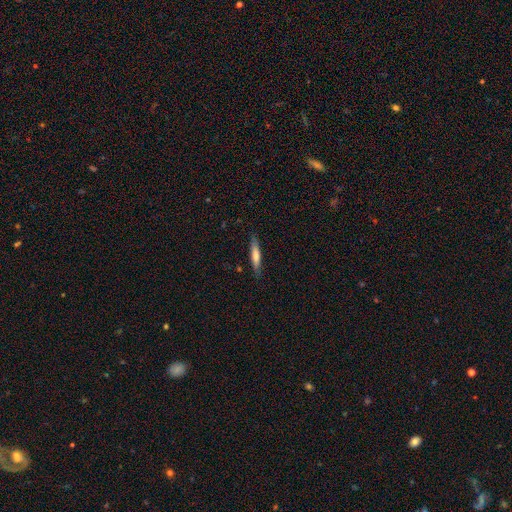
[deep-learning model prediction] A smooth galaxy with no disk features (62%) that is cigar-shaped (88%). Merging: none (86%).